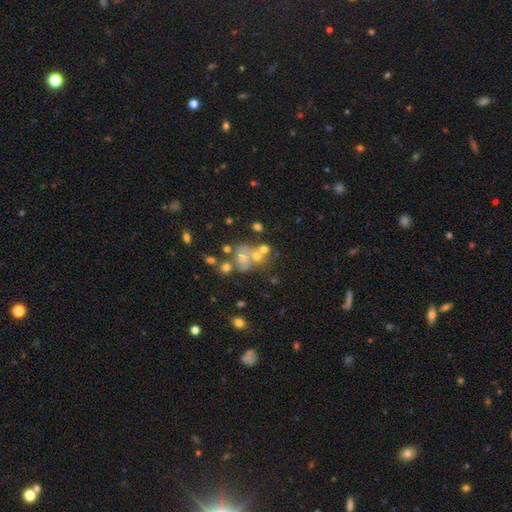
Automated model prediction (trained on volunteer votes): smooth 36%, featured or disk 35%, star or artifact 29%. Down the decision tree: merging — none (41%).